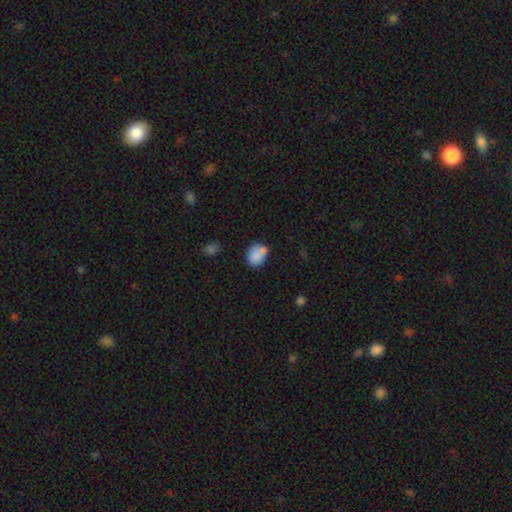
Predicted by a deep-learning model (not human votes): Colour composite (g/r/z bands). It shows a smooth galaxy with no disk features (82%) that is in between round and cigar-shaped (53%). Merging: none (51%).